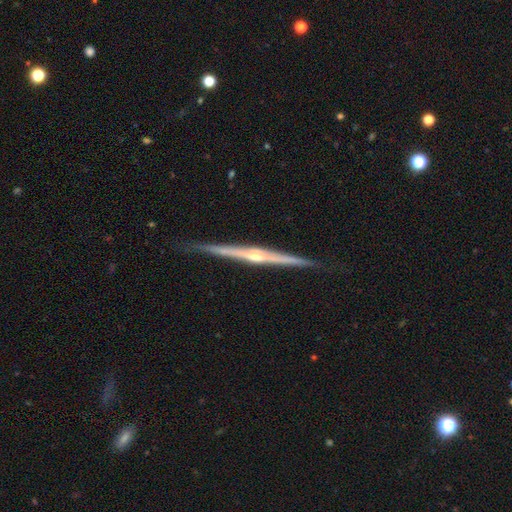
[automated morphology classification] Q: Smooth or featured?
A: featured or disk (86%); runner-up: smooth (9%)
Q: Edge-on disk?
A: yes (98%); runner-up: no (2%)
Q: Edge-on bulge?
A: rounded (81%); runner-up: none (12%)
Q: Merging?
A: none (89%); runner-up: minor disturbance (9%)